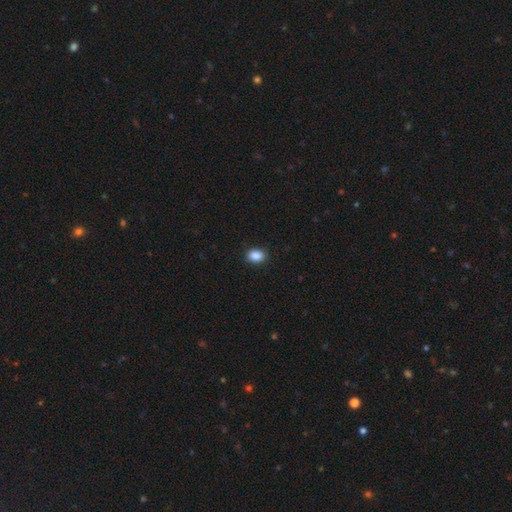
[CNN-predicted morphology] Smooth or featured?
  - smooth: 88% *
  - star or artifact: 9%
  - featured or disk: 3%
How rounded?
  - in between: 69% *
  - round: 30%
  - cigar-shaped: 1%
Merging?
  - none: 90% *
  - minor disturbance: 7%
  - major disturbance: 2%
  - merger: 1%